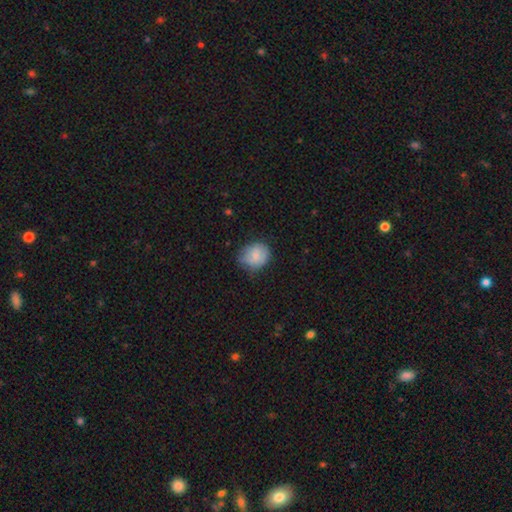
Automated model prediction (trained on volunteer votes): A smooth galaxy with no disk features (77%) that is round (66%).

Vote fractions:
- Smooth or featured? smooth: 77% / featured or disk: 15% / star or artifact: 7%
- How rounded? round: 66% / in between: 33% / cigar-shaped: 1%
- Merging? none: 61% / minor disturbance: 30% / major disturbance: 7% / merger: 1%